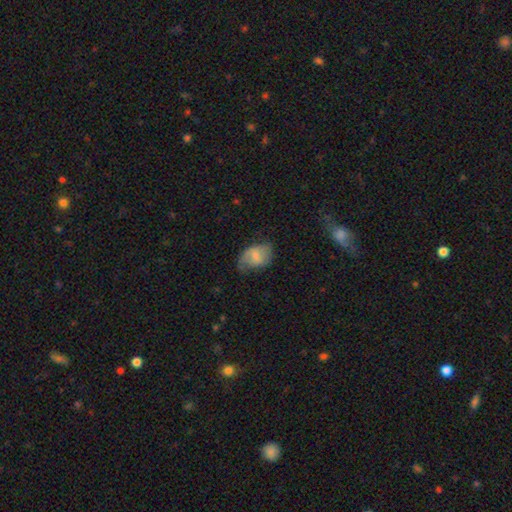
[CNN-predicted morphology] A smooth galaxy with no disk features (51%) that is in between round and cigar-shaped (82%). Merging: none (55%).